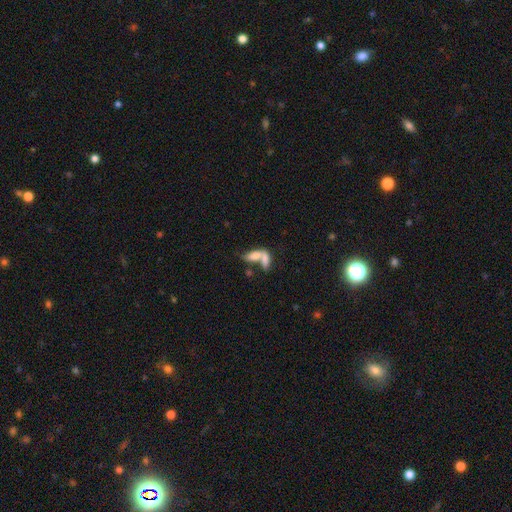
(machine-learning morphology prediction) Overall: smooth (67%). How rounded: in between (76%). Merging: merger (67%).